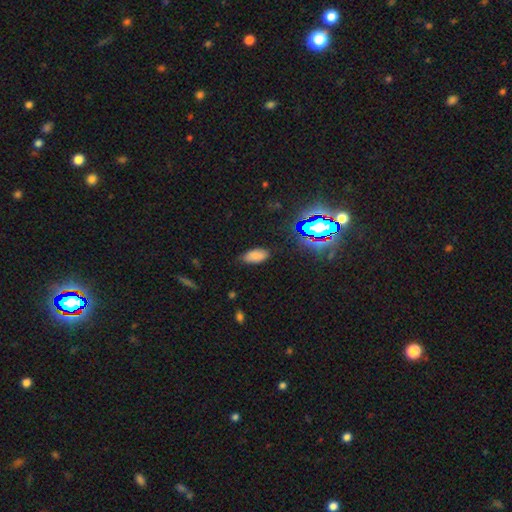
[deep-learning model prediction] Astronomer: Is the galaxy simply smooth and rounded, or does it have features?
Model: smooth — 77%.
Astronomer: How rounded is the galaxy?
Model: in between — 92%.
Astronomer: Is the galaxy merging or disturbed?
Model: none — 78%.